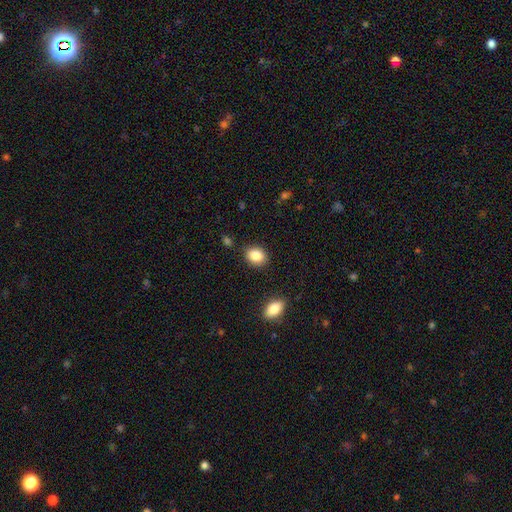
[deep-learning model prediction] Smooth or featured?
  - smooth: 86% *
  - star or artifact: 8%
  - featured or disk: 6%
How rounded?
  - in between: 60% *
  - round: 39%
  - cigar-shaped: 1%
Merging?
  - none: 84% *
  - minor disturbance: 10%
  - major disturbance: 3%
  - merger: 3%